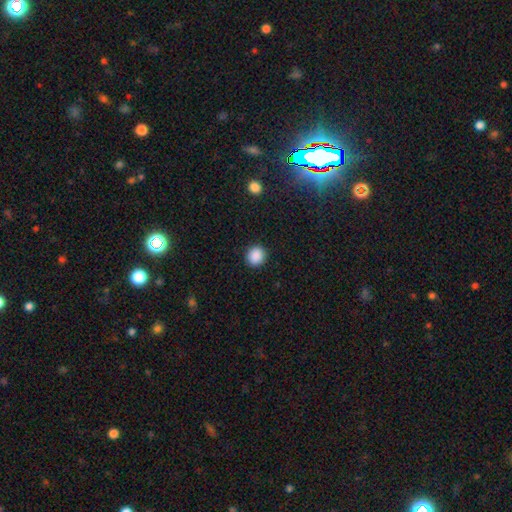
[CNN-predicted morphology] The model was most divided on "how rounded": round: 88%, in between: 11%, cigar-shaped: 1%. More confident: merging — none (91%); smooth or featured — smooth (89%).